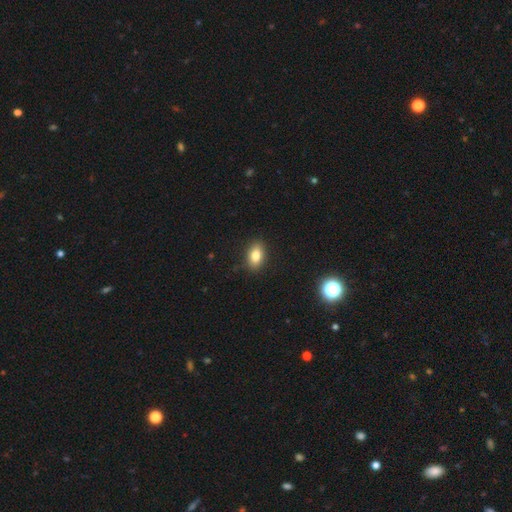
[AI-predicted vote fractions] A smooth galaxy with no disk features (81%) that is in between round and cigar-shaped (86%).

Vote fractions:
- Smooth or featured? smooth: 81% / star or artifact: 10% / featured or disk: 9%
- How rounded? in between: 86% / round: 11% / cigar-shaped: 3%
- Merging? none: 87% / minor disturbance: 10% / major disturbance: 2% / merger: 1%